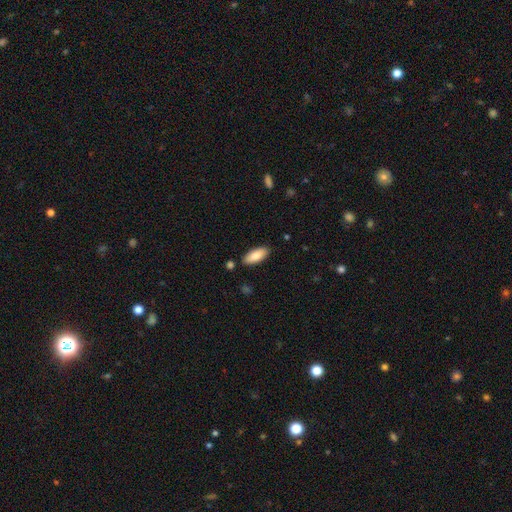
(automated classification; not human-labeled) This is clearly a smooth galaxy (83%). How rounded: clearly in between (82%). Merging: clearly none (86%).